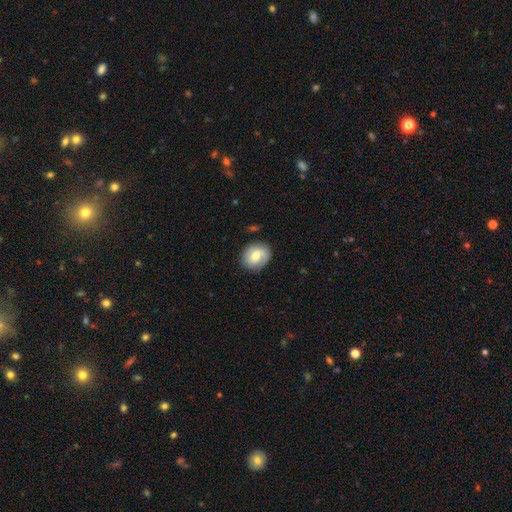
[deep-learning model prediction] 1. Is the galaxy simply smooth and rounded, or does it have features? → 48% featured or disk, 45% smooth, 7% star or artifact.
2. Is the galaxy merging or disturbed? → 78% none, 16% minor disturbance, 5% major disturbance, 1% merger.